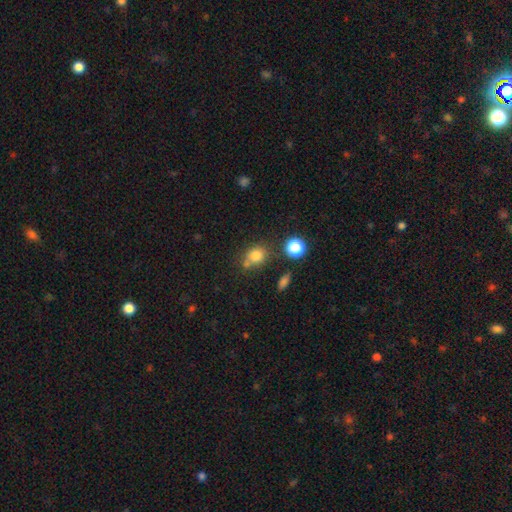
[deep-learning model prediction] A smooth galaxy with no disk features (78%) that is round (62%). Merging: none (59%).